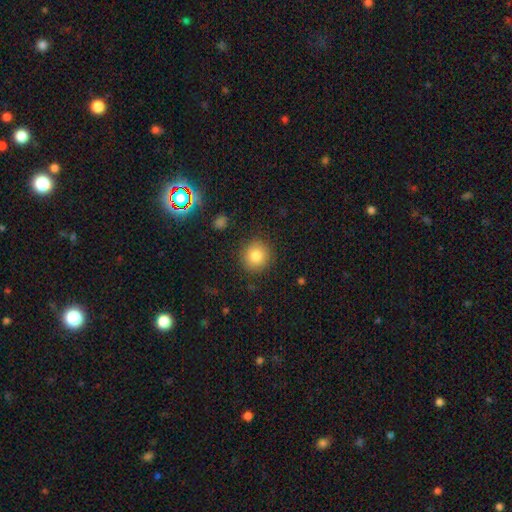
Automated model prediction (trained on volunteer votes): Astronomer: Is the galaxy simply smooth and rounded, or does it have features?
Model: smooth — 83%.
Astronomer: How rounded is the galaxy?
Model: round — 91%.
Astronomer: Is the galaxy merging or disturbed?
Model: none — 88%.